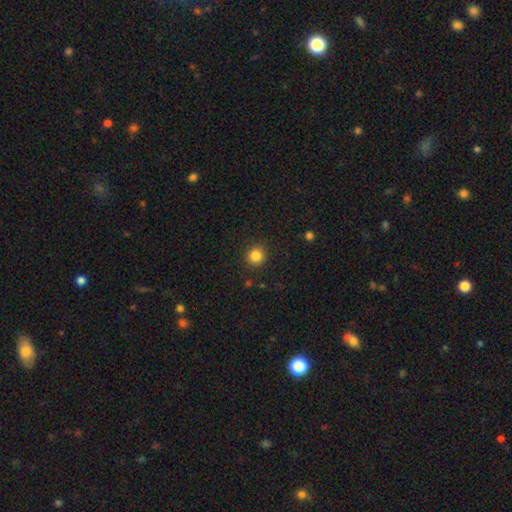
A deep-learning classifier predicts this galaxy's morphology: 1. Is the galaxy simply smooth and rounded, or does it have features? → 84% smooth, 11% star or artifact, 4% featured or disk.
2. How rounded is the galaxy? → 92% round, 7% in between, 1% cigar-shaped.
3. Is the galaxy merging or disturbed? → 90% none, 6% minor disturbance, 2% major disturbance, 1% merger.